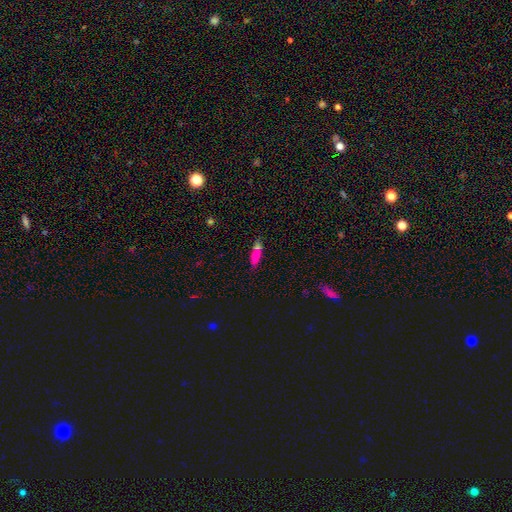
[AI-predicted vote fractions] smooth-or-featured: smooth: 72% | star or artifact: 15% | featured or disk: 14%
  how-rounded: cigar-shaped: 61% | in between: 35% | round: 4%
  merging: none: 66% | merger: 15% | minor disturbance: 14% | major disturbance: 5%